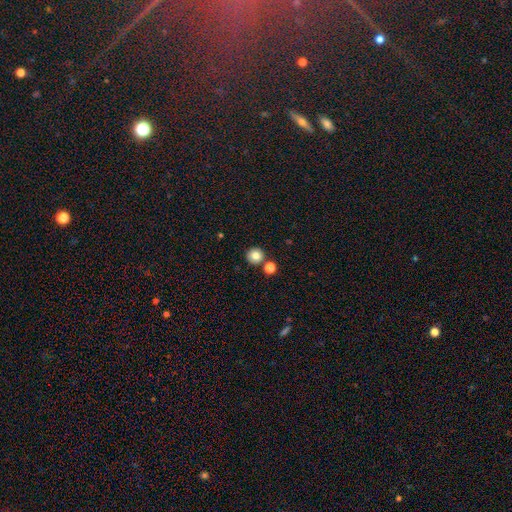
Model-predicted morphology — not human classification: Smooth or featured? Predicted: smooth (p=0.81). How rounded? Predicted: round (p=0.92). Merging? Predicted: none (p=0.79).